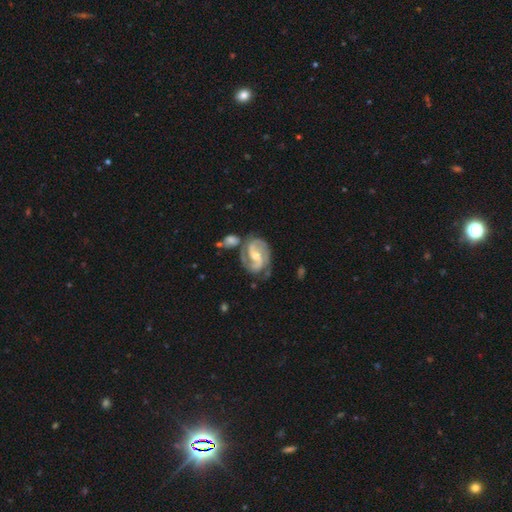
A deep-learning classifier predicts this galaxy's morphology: This is clearly a featured or disk galaxy (90%). It is clearly not viewed edge-on (98%). Bar: possibly weak (49%). Spiral arm pattern: clearly yes (98%). Spiral arm count: likely 2 (79%). Spiral winding: possibly medium (54%). Central bulge: possibly moderate (54%). Merging: possibly none (59%).